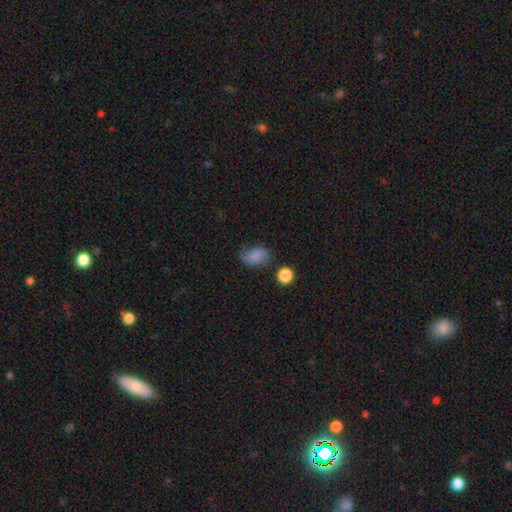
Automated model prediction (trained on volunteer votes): smooth_or_featured: smooth (p=0.71) [alt: featured or disk p=0.17]
how_rounded: in between (p=0.82) [alt: round p=0.16]
merging: none (p=0.62) [alt: minor disturbance p=0.25]